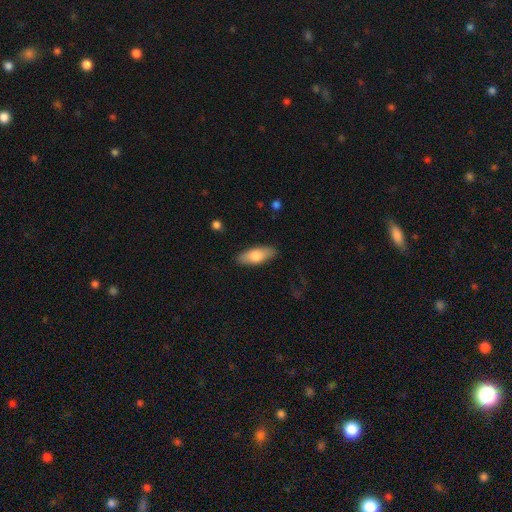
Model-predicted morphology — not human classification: Overall: smooth (74%). How rounded: in between (79%). Merging: none (87%).